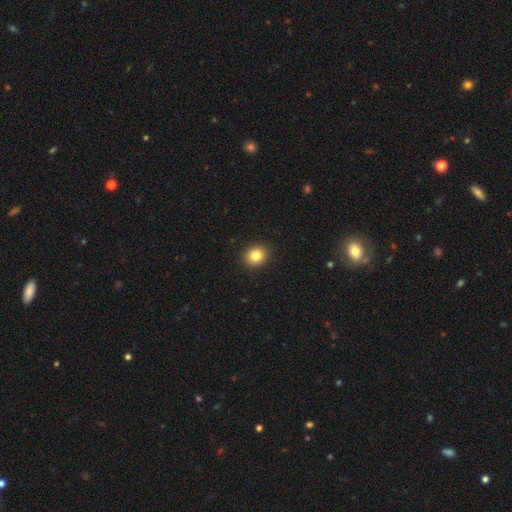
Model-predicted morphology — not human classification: The model was most divided on "how rounded": round: 76%, in between: 23%, cigar-shaped: 1%. More confident: merging — none (92%); smooth or featured — smooth (84%).